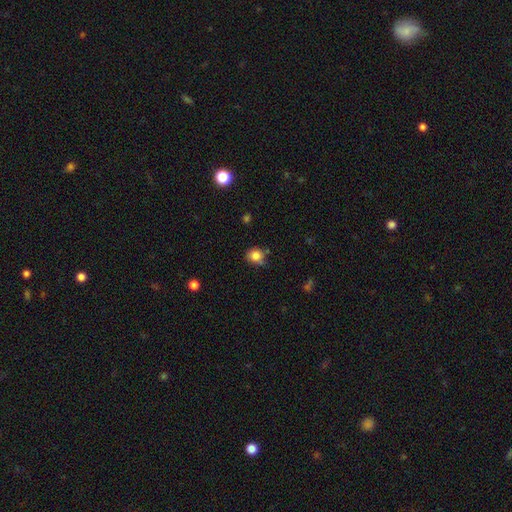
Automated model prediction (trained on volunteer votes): Smooth or featured: smooth — 83% (star or artifact — 11%)
How rounded: round — 76% (in between — 24%)
Merging: none — 67% (minor disturbance — 23%)